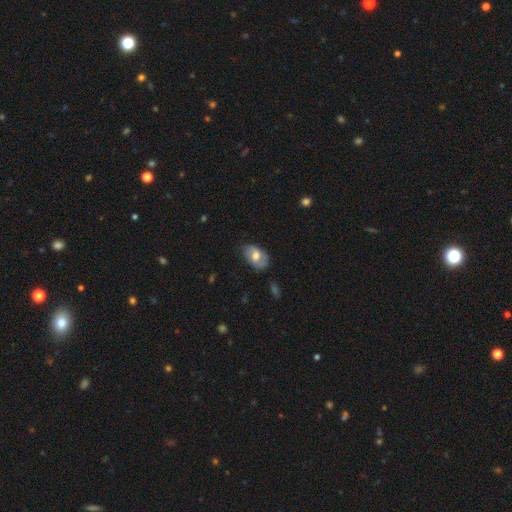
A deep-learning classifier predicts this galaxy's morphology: smooth-or-featured: smooth: 61% | featured or disk: 32% | star or artifact: 7%
  how-rounded: in between: 90% | round: 8% | cigar-shaped: 2%
  merging: none: 73% | minor disturbance: 21% | major disturbance: 5% | merger: 1%